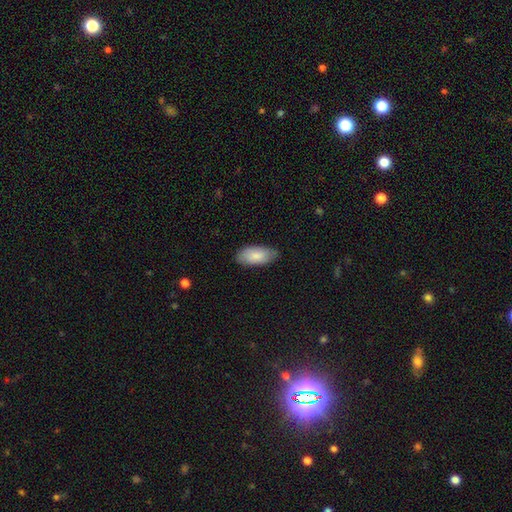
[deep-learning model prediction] smooth 83%, featured or disk 11%, star or artifact 5%. Down the decision tree: how rounded — in between (92%); merging — none (79%).